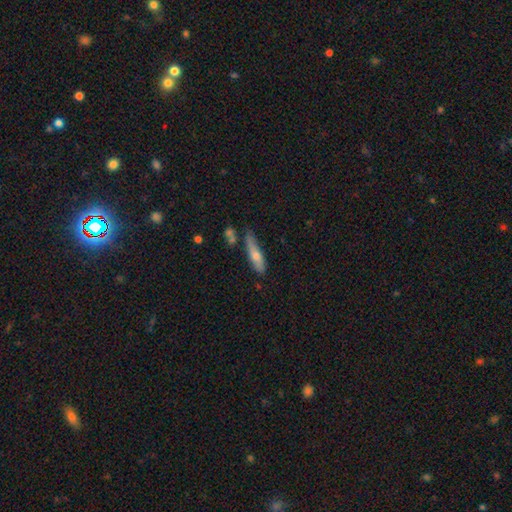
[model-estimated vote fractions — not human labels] This is likely a smooth galaxy (61%). How rounded: likely cigar-shaped (72%). Merging: possibly none (57%).